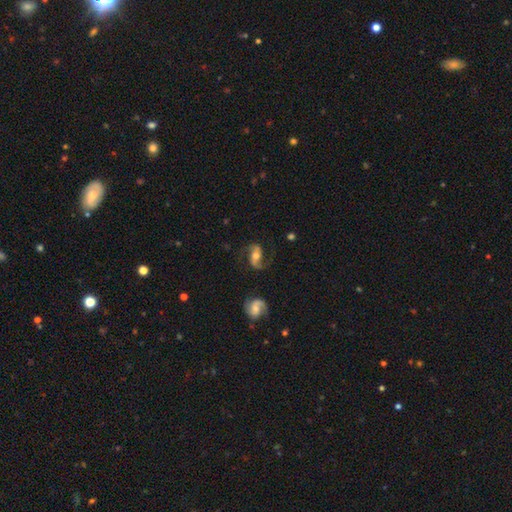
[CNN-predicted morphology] Smooth or featured? featured or disk (83%)
Edge-on disk? no (96%)
Bar? no (37%)
Spiral arms? yes (96%)
Spiral winding? loose (51%)
Spiral arm count? 2 (92%)
Bulge size? moderate (65%)
Merging? none (73%)